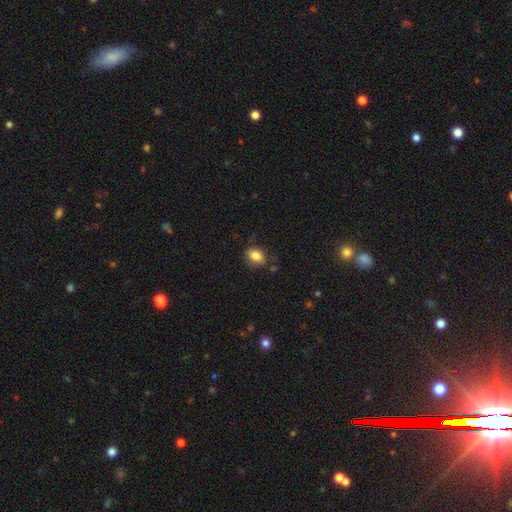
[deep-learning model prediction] A smooth galaxy with no disk features (84%) that is in between round and cigar-shaped (74%).

Vote fractions:
- Smooth or featured? smooth: 84% / star or artifact: 9% / featured or disk: 7%
- How rounded? in between: 74% / round: 24% / cigar-shaped: 2%
- Merging? none: 76% / minor disturbance: 18% / major disturbance: 4% / merger: 3%